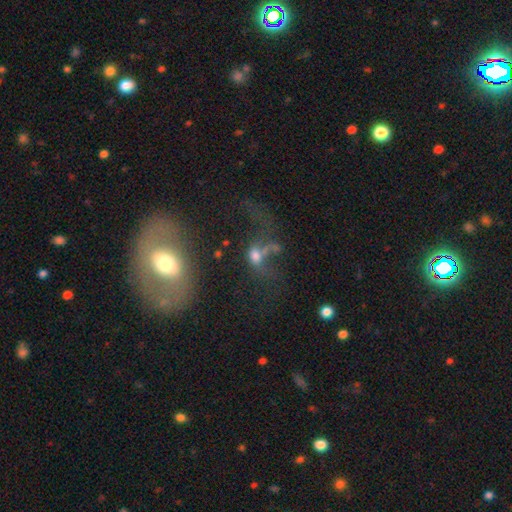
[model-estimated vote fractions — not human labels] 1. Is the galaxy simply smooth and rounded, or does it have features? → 44% smooth, 32% featured or disk, 24% star or artifact.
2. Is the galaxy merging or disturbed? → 37% major disturbance, 30% merger, 22% none, 12% minor disturbance.